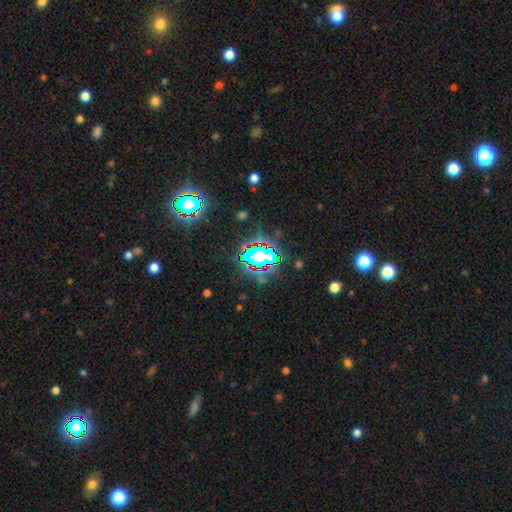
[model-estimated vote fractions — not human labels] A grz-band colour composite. It shows a star or artifact, not a galaxy (79%).